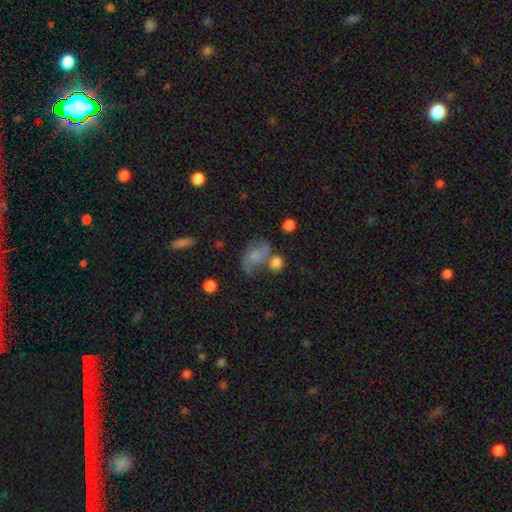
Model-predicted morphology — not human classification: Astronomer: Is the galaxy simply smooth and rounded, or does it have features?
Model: smooth — 47% (runner-up: featured or disk, 41%).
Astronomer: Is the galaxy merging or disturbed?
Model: none — 40% (runner-up: minor disturbance, 23%).